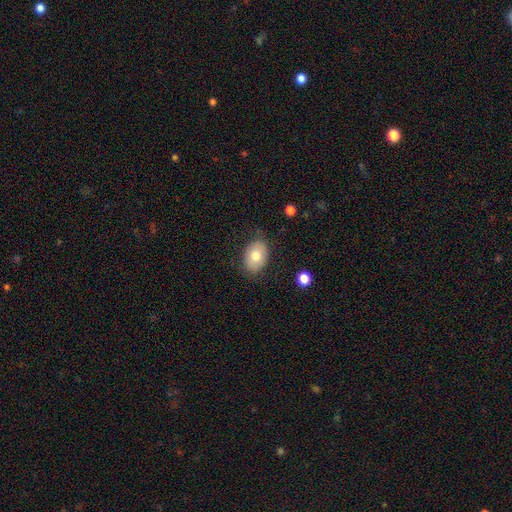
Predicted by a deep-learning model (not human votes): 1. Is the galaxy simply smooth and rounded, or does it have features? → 76% smooth, 16% featured or disk, 7% star or artifact.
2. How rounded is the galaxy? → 81% in between, 18% round, 1% cigar-shaped.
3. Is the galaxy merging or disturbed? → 81% none, 14% minor disturbance, 4% major disturbance, 1% merger.